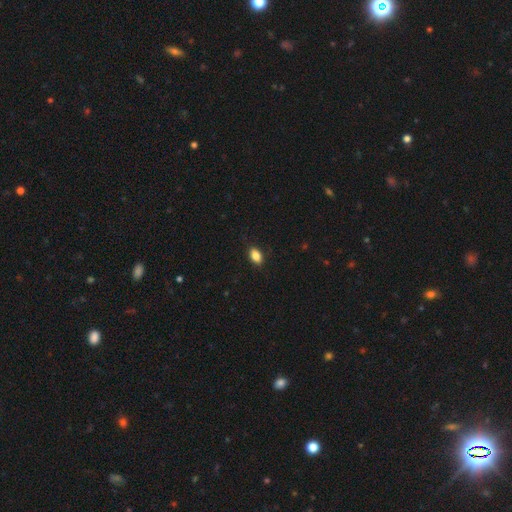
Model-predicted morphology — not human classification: Q: Smooth or featured?
A: smooth (87%); runner-up: star or artifact (9%)
Q: How rounded?
A: in between (87%); runner-up: round (11%)
Q: Merging?
A: none (86%); runner-up: minor disturbance (11%)